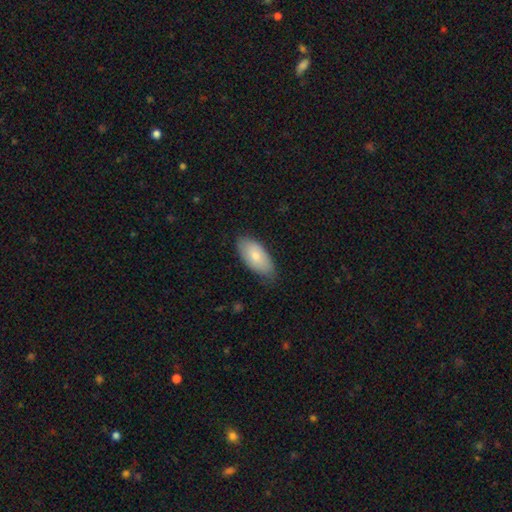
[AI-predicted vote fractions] Smooth or featured? smooth (77%)
How rounded? in between (93%)
Merging? none (75%)